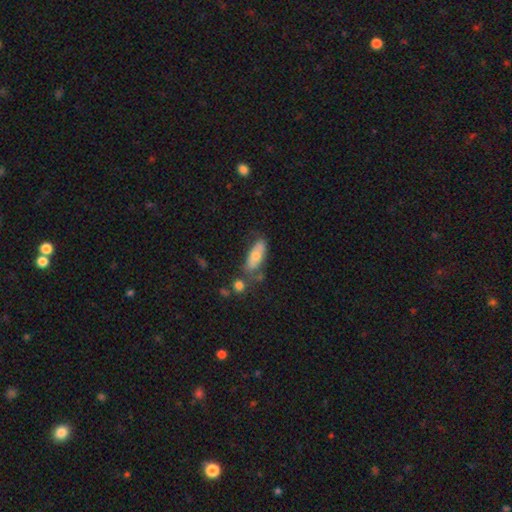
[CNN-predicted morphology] smooth-or-featured: smooth: 64% | featured or disk: 29% | star or artifact: 7%
  how-rounded: in between: 75% | cigar-shaped: 22% | round: 3%
  merging: none: 52% | minor disturbance: 24% | merger: 14% | major disturbance: 10%